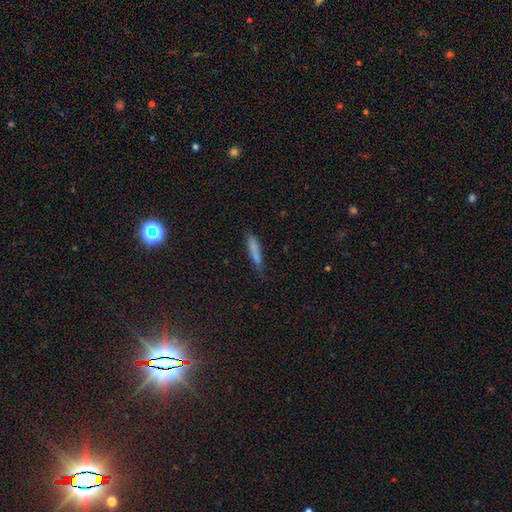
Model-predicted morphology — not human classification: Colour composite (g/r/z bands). It shows a smooth galaxy with no disk features (76%) that is cigar-shaped (89%). Merging: none (71%).